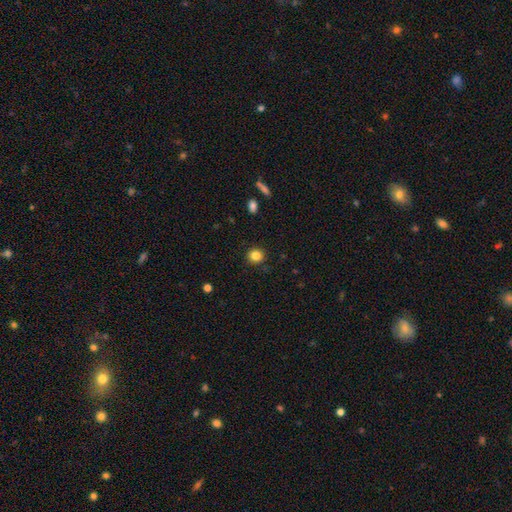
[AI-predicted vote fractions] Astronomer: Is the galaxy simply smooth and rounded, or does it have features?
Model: smooth — 84%.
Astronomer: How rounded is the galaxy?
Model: round — 85%.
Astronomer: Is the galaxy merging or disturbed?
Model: none — 89%.